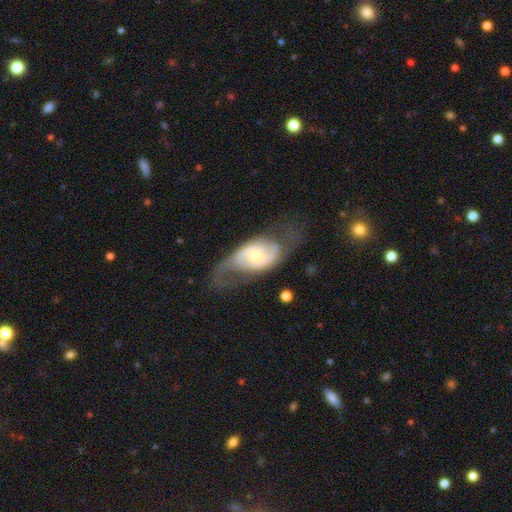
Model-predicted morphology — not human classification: A featured or disk galaxy (76%) with no bar (50%), 2 (82%) medium (42%) spiral arms (84%) and a small central bulge (47%). Merging: none (55%).